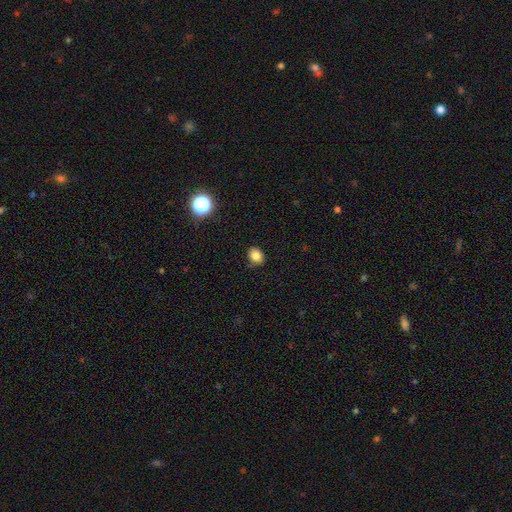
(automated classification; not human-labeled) smooth 83%, star or artifact 12%, featured or disk 5%. Down the decision tree: how rounded — in between (52%); merging — none (85%).